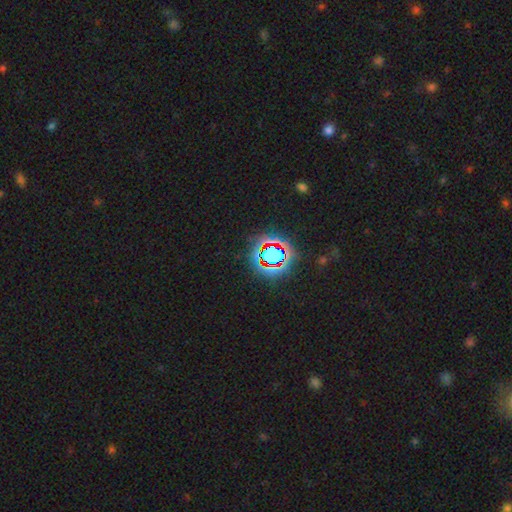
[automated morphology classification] A star or artifact, not a galaxy (81%).

Vote fractions:
- Smooth or featured? star or artifact: 81% / smooth: 12% / featured or disk: 7%